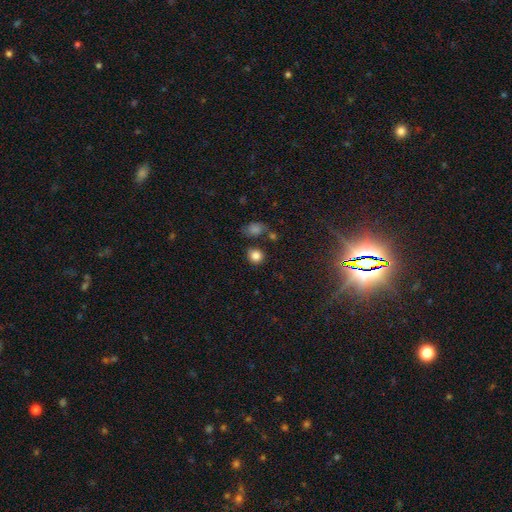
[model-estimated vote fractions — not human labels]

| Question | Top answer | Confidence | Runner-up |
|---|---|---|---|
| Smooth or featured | smooth | 83% | star or artifact (11%) |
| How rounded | round | 82% | in between (17%) |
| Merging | none | 77% | minor disturbance (12%) |